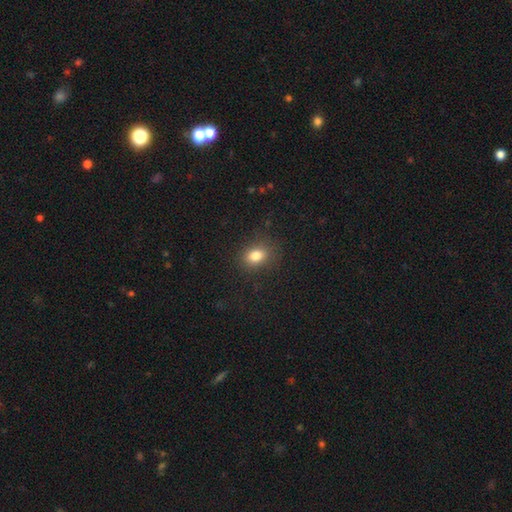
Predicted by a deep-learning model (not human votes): This is clearly a smooth galaxy (81%). How rounded: possibly in between (59%). Merging: clearly none (83%).